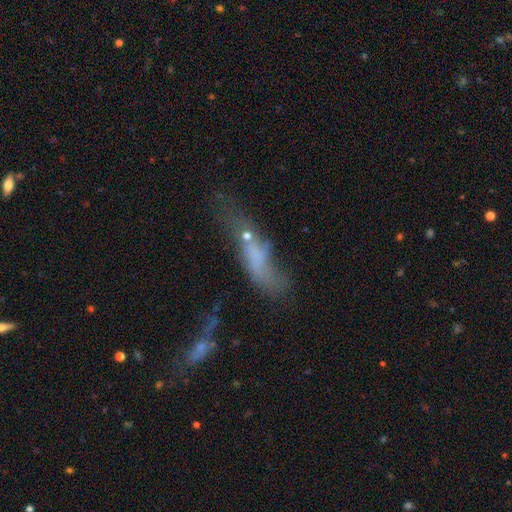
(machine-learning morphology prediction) type=smooth (48%); merging=major disturbance (31%).